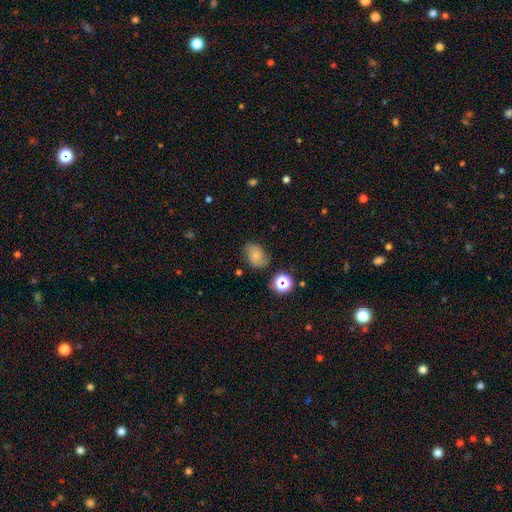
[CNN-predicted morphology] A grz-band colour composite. It shows a smooth galaxy with no disk features (65%) that is in between round and cigar-shaped (66%). Merging: none (68%).